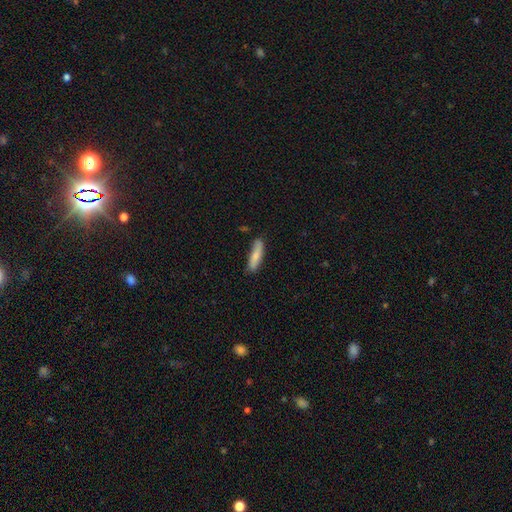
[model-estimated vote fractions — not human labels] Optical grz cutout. It shows a smooth galaxy with no disk features (78%) that is cigar-shaped (67%). Merging: none (75%).